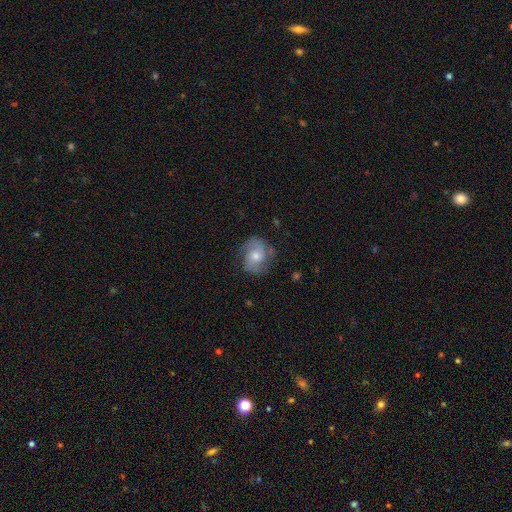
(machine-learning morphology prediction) Overall: featured or disk (67%). Edge-on disk: no (97%). Bar: no (61%; weak 34%). Spiral arms: yes (91%). Spiral arm count: 2 (79%). Spiral winding: medium (49%; tight 28%). Bulge size: moderate (55%; small 36%). Merging: none (71%).